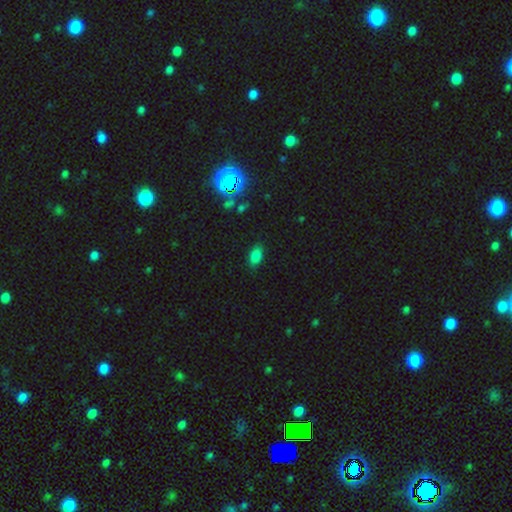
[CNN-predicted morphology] Smooth or featured? Predicted: smooth (p=0.80). How rounded? Predicted: in between (p=0.89). Merging? Predicted: none (p=0.84).